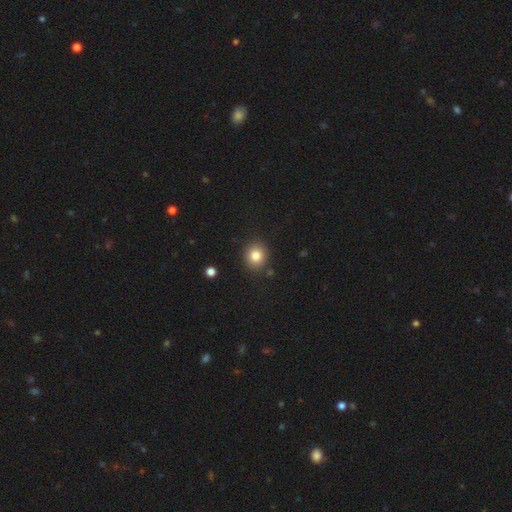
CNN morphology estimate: Smooth or featured? smooth (83%)
How rounded? round (81%)
Merging? none (88%)